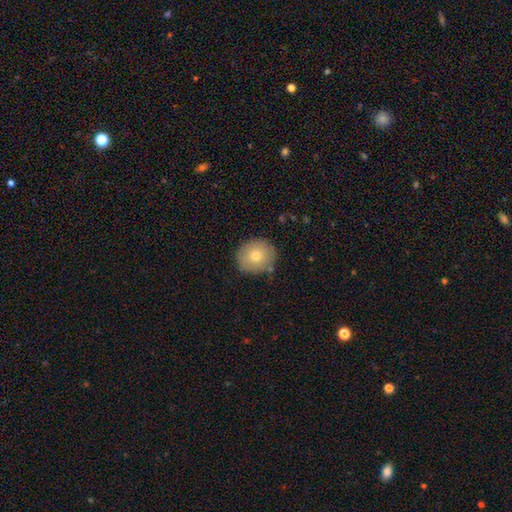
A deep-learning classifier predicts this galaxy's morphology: This appears to be a smooth galaxy with no disk features (72%) that is round (82%). Merging: none (84%).